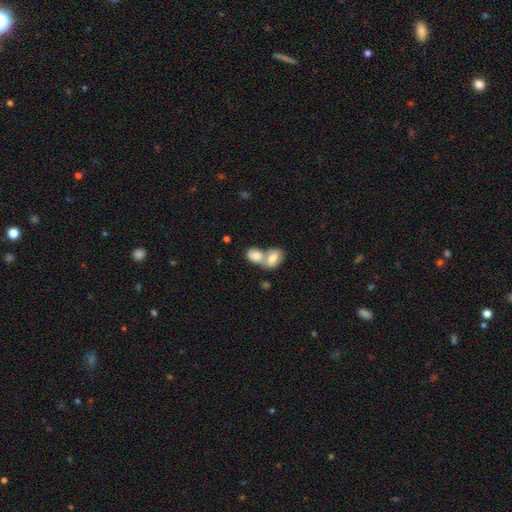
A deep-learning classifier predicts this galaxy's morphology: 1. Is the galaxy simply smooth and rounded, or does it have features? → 77% smooth, 16% featured or disk, 7% star or artifact.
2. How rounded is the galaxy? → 78% in between, 20% round, 2% cigar-shaped.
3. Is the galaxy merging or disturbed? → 74% merger, 17% none, 6% minor disturbance, 3% major disturbance.